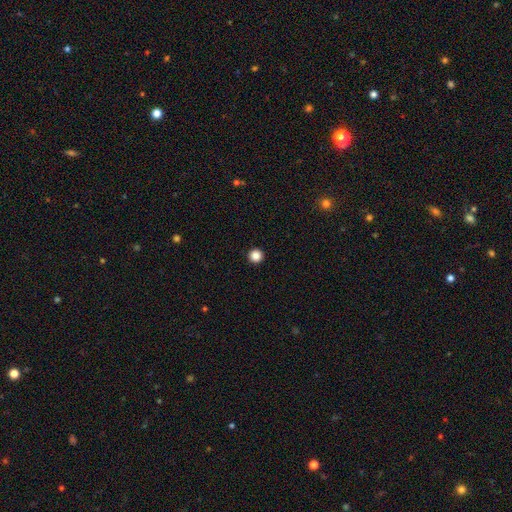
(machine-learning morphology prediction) Smooth or featured: smooth — 87% (star or artifact — 10%)
How rounded: round — 97% (in between — 2%)
Merging: none — 95% (minor disturbance — 3%)